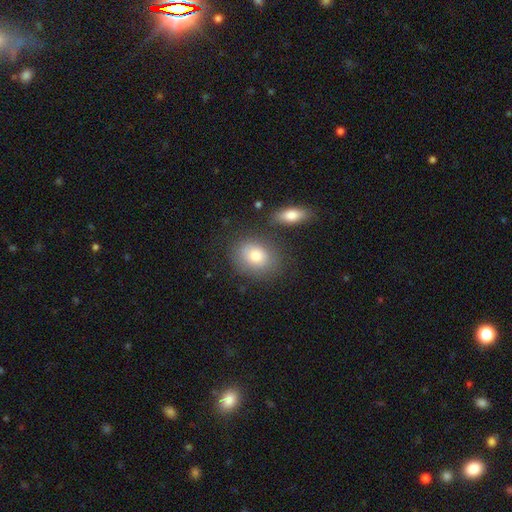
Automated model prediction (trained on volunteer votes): smooth_or_featured: smooth (p=0.77) [alt: featured or disk p=0.14]
how_rounded: in between (p=0.57) [alt: round p=0.41]
merging: none (p=0.73) [alt: minor disturbance p=0.13]